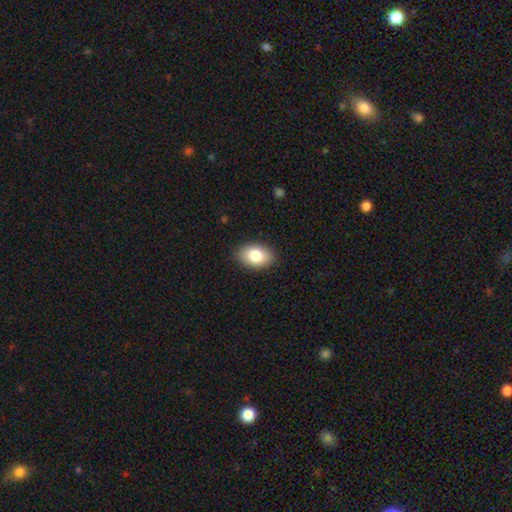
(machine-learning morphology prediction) This appears to be a smooth galaxy with no disk features (82%) that is in between round and cigar-shaped (88%). Merging: none (88%).